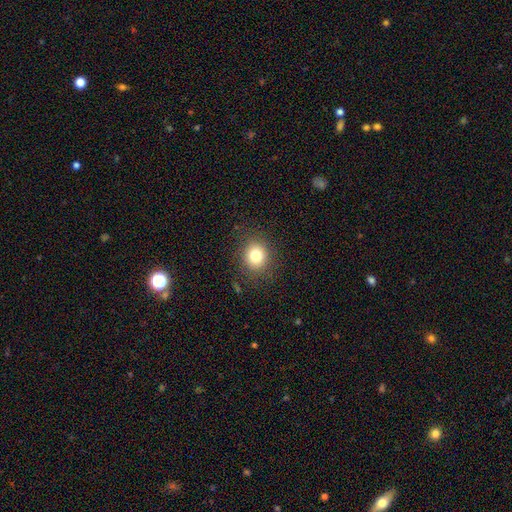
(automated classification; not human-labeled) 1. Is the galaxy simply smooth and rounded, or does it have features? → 79% smooth, 13% star or artifact, 8% featured or disk.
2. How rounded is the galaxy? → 78% round, 21% in between, 1% cigar-shaped.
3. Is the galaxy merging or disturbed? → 86% none, 9% minor disturbance, 4% major disturbance, 1% merger.